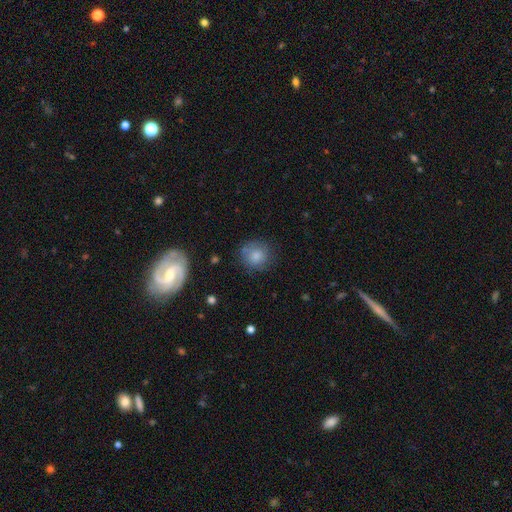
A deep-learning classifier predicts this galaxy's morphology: smooth_or_featured: smooth (p=0.80) [alt: featured or disk p=0.11]
how_rounded: round (p=0.87) [alt: in between p=0.12]
merging: none (p=0.73) [alt: minor disturbance p=0.18]